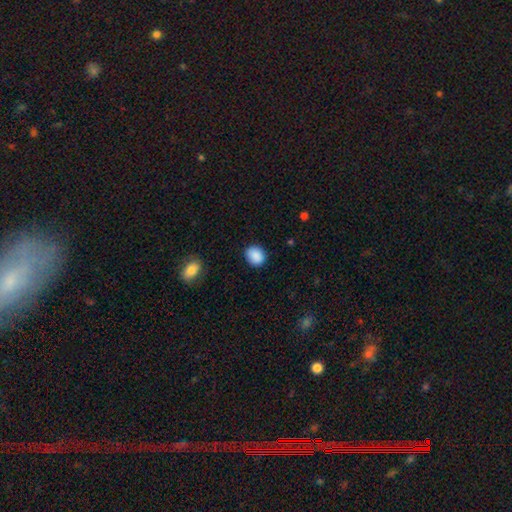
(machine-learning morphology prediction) smooth_or_featured: smooth (p=0.90) [alt: star or artifact p=0.08]
how_rounded: round (p=0.53) [alt: in between p=0.46]
merging: none (p=0.85) [alt: minor disturbance p=0.11]